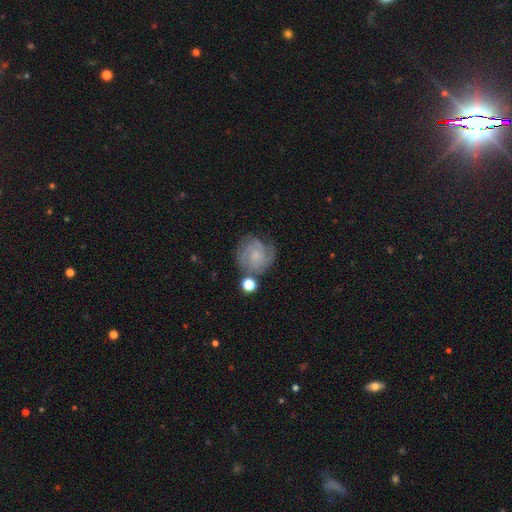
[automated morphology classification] smooth-or-featured: featured or disk: 75% | smooth: 17% | star or artifact: 8%
  disk-edge-on: no: 98% | yes: 2%
    bar: no: 74% | weak: 22% | strong: 3%
    has-spiral-arms: yes: 93% | no: 7%
      spiral-winding: tight: 60% | medium: 32% | loose: 9%
      spiral-arm-count: 3: 32% | can't tell: 27% | 2: 18% | 4: 12% | 1: 6% | more than 4: 6%
    bulge-size: small: 61% | none: 23% | moderate: 13% | large: 2% | dominant: 1%
  merging: none: 64% | minor disturbance: 19% | major disturbance: 10% | merger: 7%